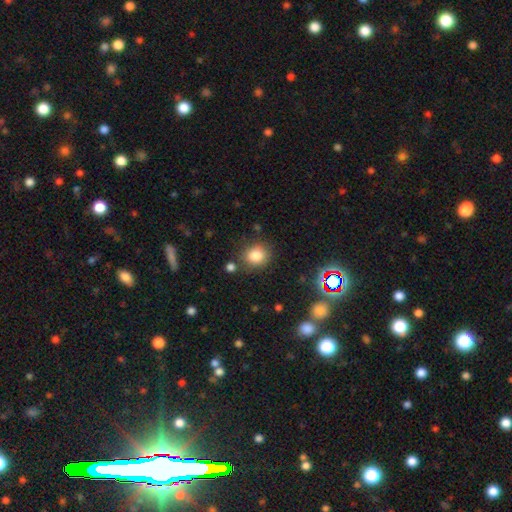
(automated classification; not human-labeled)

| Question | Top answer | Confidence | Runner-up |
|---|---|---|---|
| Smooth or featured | smooth | 82% | star or artifact (12%) |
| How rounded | round | 71% | in between (28%) |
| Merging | none | 79% | minor disturbance (12%) |